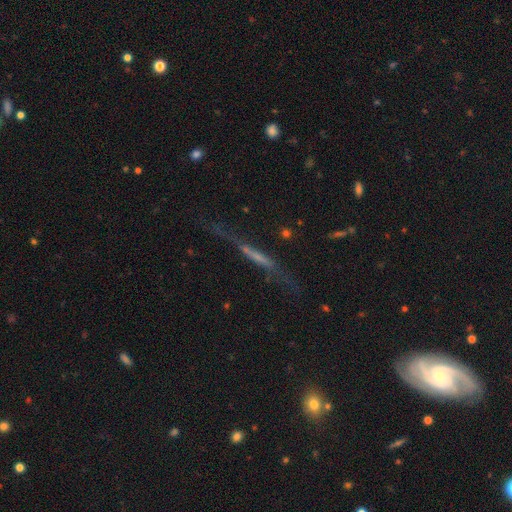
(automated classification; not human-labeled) Smooth or featured?
  - featured or disk: 60% *
  - smooth: 29%
  - star or artifact: 12%
Edge-on disk?
  - yes: 81% *
  - no: 19%
Merging?
  - none: 55% *
  - minor disturbance: 22%
  - major disturbance: 18%
  - merger: 4%